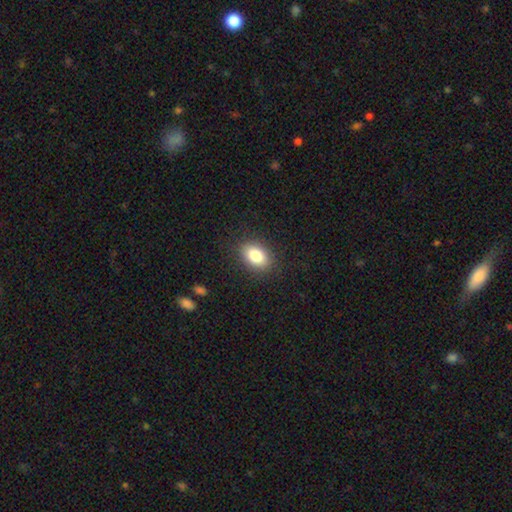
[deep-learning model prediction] smooth-or-featured: smooth: 83% | star or artifact: 9% | featured or disk: 8%
  how-rounded: in between: 81% | round: 18% | cigar-shaped: 1%
  merging: none: 87% | minor disturbance: 9% | major disturbance: 3% | merger: 1%